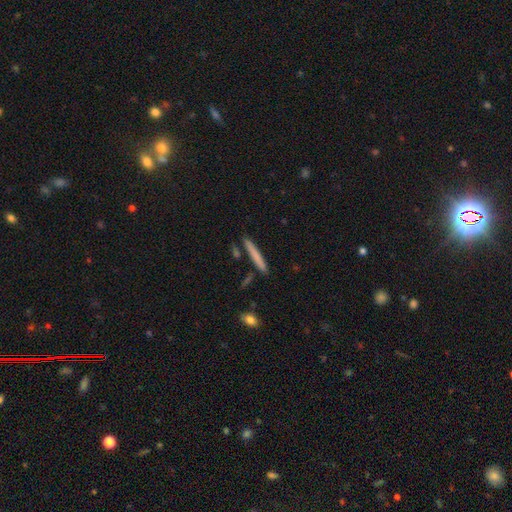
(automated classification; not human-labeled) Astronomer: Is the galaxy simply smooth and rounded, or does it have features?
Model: smooth — 70%.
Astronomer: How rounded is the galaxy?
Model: cigar-shaped — 96%.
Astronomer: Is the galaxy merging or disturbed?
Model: none — 87%.